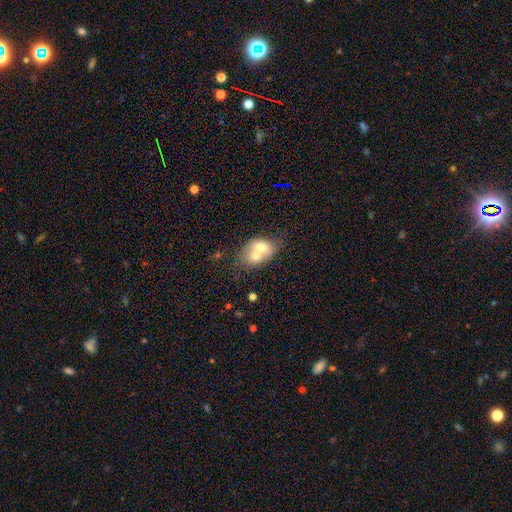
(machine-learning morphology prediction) smooth_or_featured: smooth (p=0.62) [alt: featured or disk p=0.30]
how_rounded: in between (p=0.62) [alt: round p=0.37]
merging: merger (p=0.71) [alt: none p=0.18]